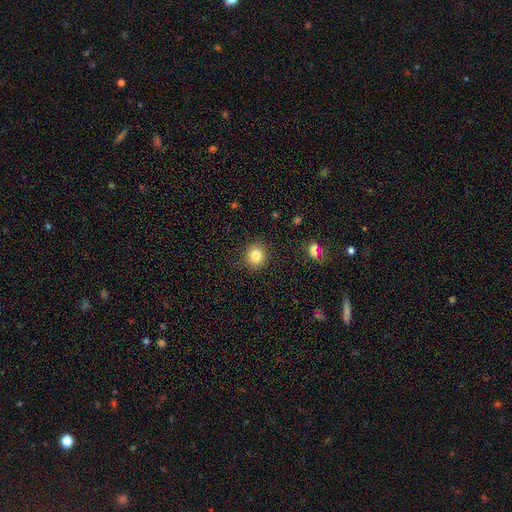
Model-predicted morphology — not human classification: Q: Smooth or featured?
A: smooth (82%); runner-up: star or artifact (11%)
Q: How rounded?
A: round (90%); runner-up: in between (10%)
Q: Merging?
A: none (89%); runner-up: minor disturbance (7%)